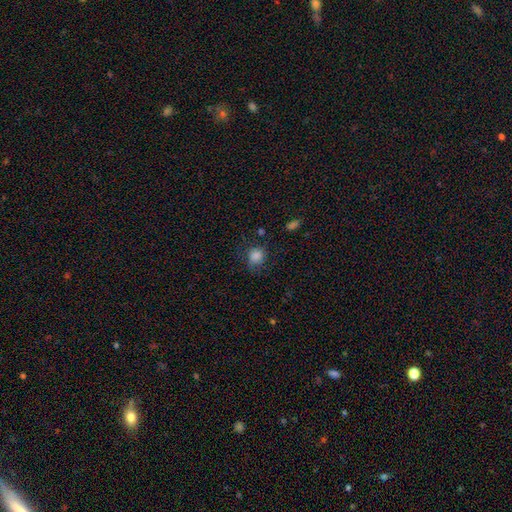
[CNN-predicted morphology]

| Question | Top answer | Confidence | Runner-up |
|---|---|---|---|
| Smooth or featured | smooth | 83% | star or artifact (12%) |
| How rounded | round | 73% | in between (26%) |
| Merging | none | 70% | minor disturbance (20%) |